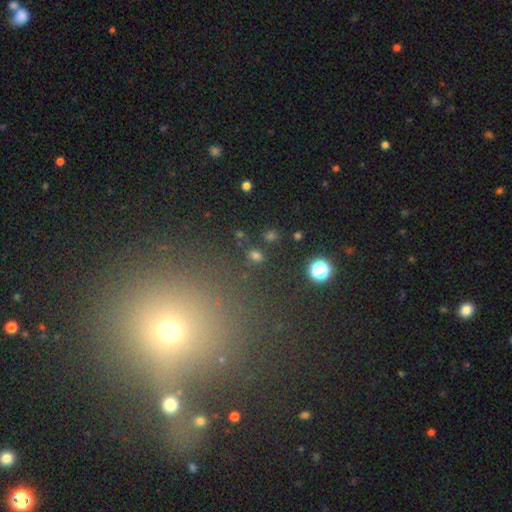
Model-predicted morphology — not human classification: smooth 66%, star or artifact 27%, featured or disk 6%. Down the decision tree: how rounded — round (75%); merging — none (85%).